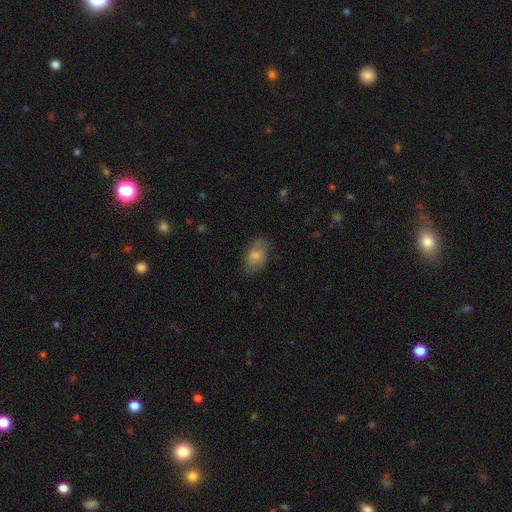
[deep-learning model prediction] A smooth galaxy with no disk features (74%) that is in between round and cigar-shaped (89%).

Vote fractions:
- Smooth or featured? smooth: 74% / featured or disk: 19% / star or artifact: 8%
- How rounded? in between: 89% / round: 9% / cigar-shaped: 2%
- Merging? none: 68% / minor disturbance: 23% / major disturbance: 8% / merger: 1%